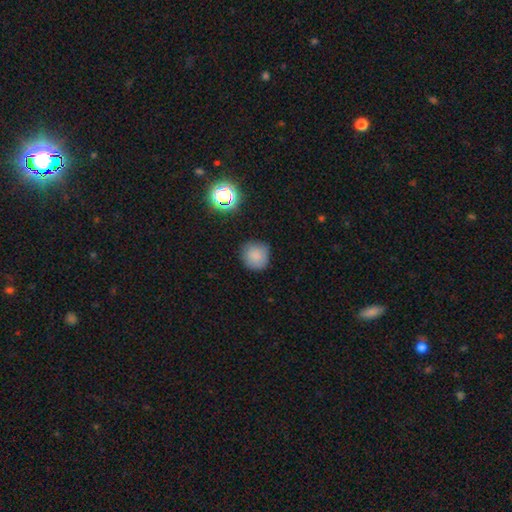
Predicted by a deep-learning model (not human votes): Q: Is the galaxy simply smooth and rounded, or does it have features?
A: smooth — 81%.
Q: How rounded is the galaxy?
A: round — 93%.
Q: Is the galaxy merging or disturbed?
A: none — 83%.